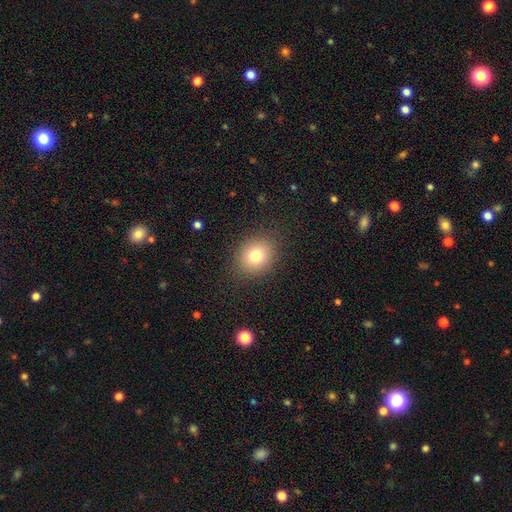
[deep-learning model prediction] A smooth galaxy with no disk features (78%) that is round (69%).

Vote fractions:
- Smooth or featured? smooth: 78% / star or artifact: 12% / featured or disk: 10%
- How rounded? round: 69% / in between: 31% / cigar-shaped: 1%
- Merging? none: 87% / minor disturbance: 9% / major disturbance: 4% / merger: 1%